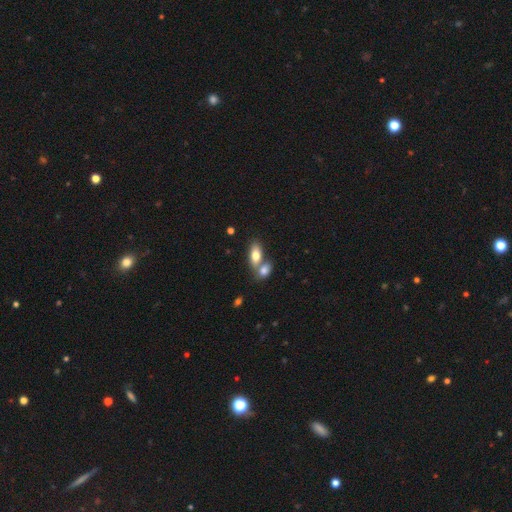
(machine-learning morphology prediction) Q: Smooth or featured?
A: smooth (78%); runner-up: featured or disk (15%)
Q: How rounded?
A: in between (87%); runner-up: cigar-shaped (8%)
Q: Merging?
A: merger (48%); runner-up: none (40%)